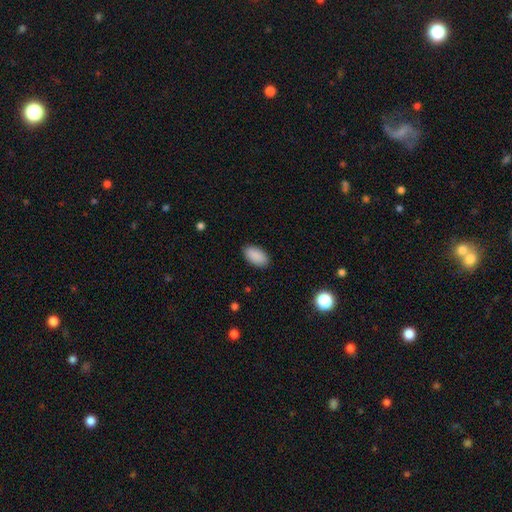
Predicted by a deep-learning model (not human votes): Q: Smooth or featured?
A: smooth (90%); runner-up: star or artifact (7%)
Q: How rounded?
A: in between (95%); runner-up: round (3%)
Q: Merging?
A: none (88%); runner-up: minor disturbance (9%)